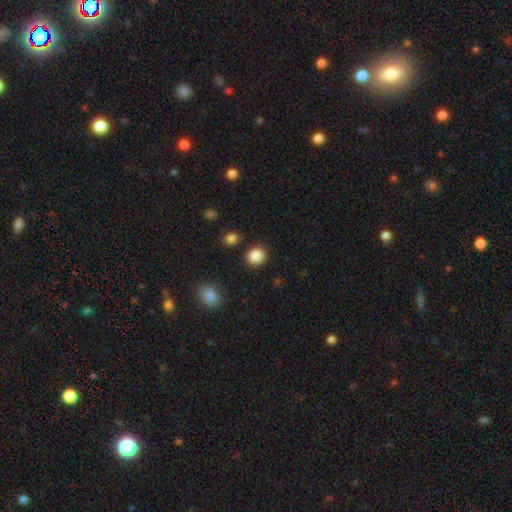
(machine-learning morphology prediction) Smooth or featured?
  - smooth: 87% *
  - star or artifact: 10%
  - featured or disk: 4%
How rounded?
  - round: 86% *
  - in between: 13%
  - cigar-shaped: 1%
Merging?
  - none: 88% *
  - minor disturbance: 7%
  - merger: 3%
  - major disturbance: 2%